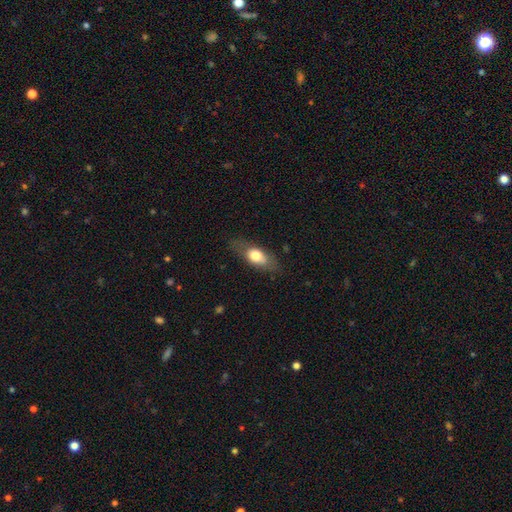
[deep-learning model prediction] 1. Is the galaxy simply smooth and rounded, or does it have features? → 66% smooth, 27% featured or disk, 7% star or artifact.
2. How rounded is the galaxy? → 76% in between, 17% cigar-shaped, 7% round.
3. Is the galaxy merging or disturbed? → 76% none, 17% minor disturbance, 6% major disturbance, 1% merger.